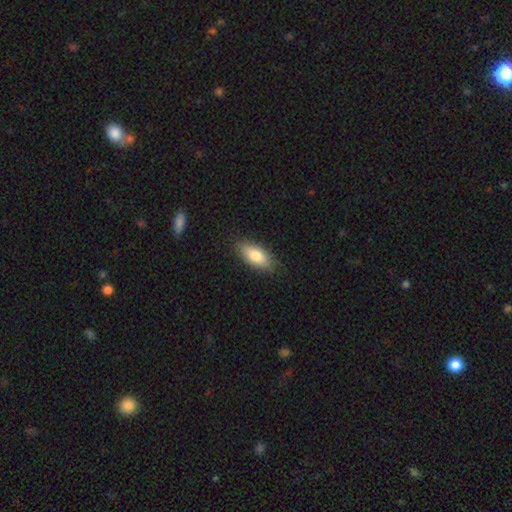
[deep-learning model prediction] This is clearly a smooth galaxy (82%). How rounded: clearly in between (85%). Merging: clearly none (86%).